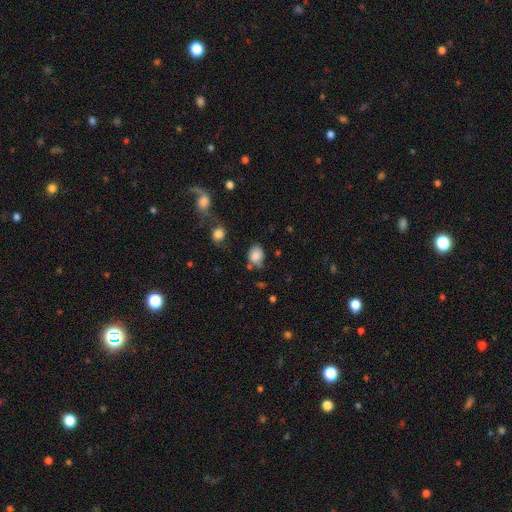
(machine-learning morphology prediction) This appears to be a smooth galaxy with no disk features (83%) that is in between round and cigar-shaped (56%). Merging: none (59%).